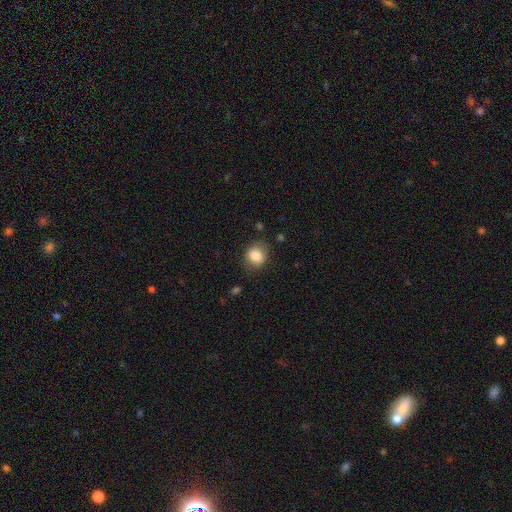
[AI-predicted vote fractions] smooth 83%, star or artifact 9%, featured or disk 8%. Down the decision tree: how rounded — round (71%); merging — none (76%).